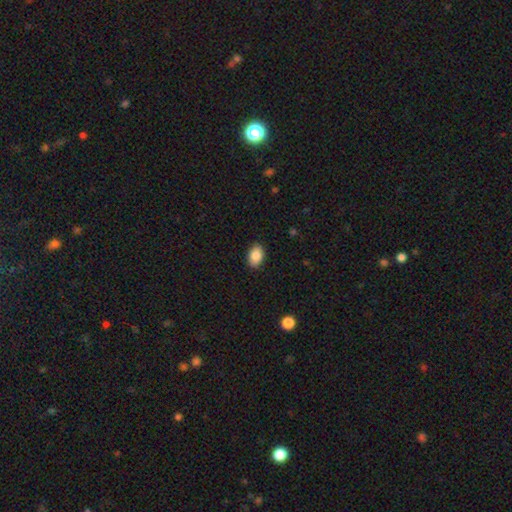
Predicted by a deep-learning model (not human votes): Smooth or featured? smooth (88%)
How rounded? in between (88%)
Merging? none (89%)